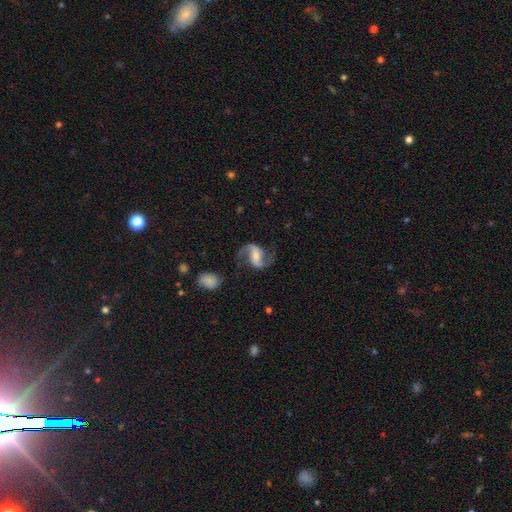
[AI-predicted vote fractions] The model was most divided on "bar": strong: 38%, weak: 36%, no: 25%. Remaining: edge-on disk — no (98%); spiral arms — yes (97%); spiral arm count — 2 (93%); smooth or featured — featured or disk (89%); merging — none (77%); spiral winding — loose (53%); bulge size — moderate (48%).